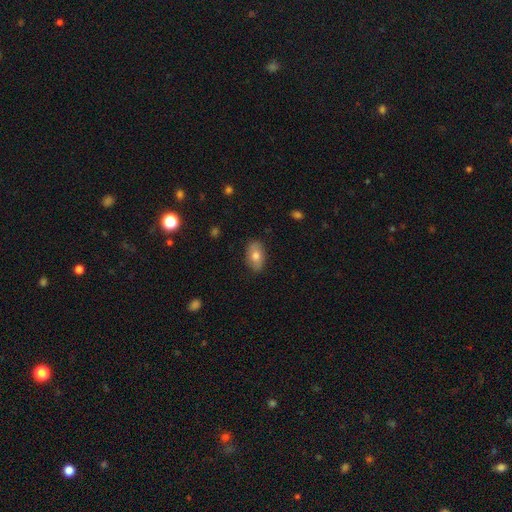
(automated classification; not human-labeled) Overall: smooth (74%). How rounded: in between (90%). Merging: none (85%).